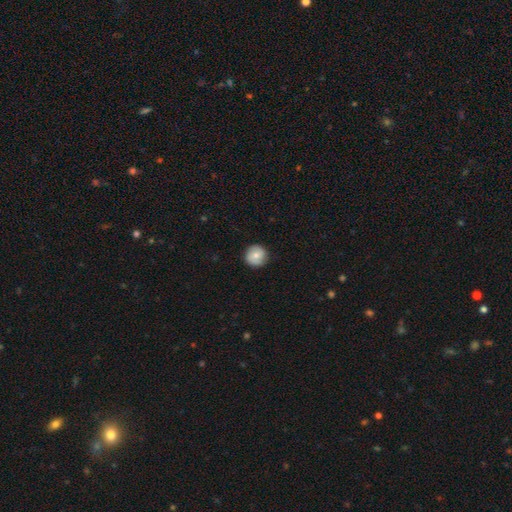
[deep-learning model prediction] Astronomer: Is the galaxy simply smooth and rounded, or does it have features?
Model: smooth — 70%.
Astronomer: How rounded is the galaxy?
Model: round — 94%.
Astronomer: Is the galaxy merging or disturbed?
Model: none — 87%.